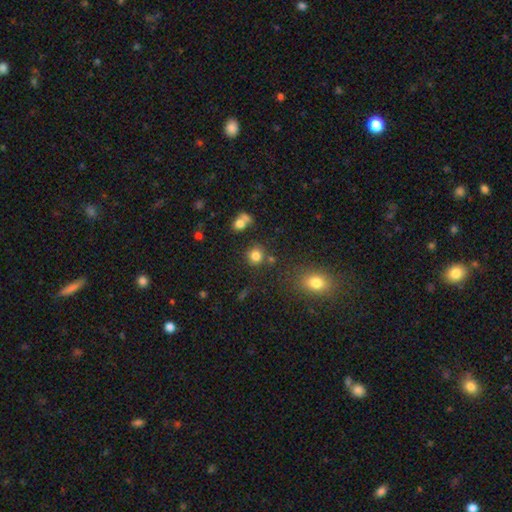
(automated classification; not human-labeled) Q: Smooth or featured?
A: smooth (81%); runner-up: star or artifact (13%)
Q: How rounded?
A: round (87%); runner-up: in between (12%)
Q: Merging?
A: none (76%); runner-up: minor disturbance (10%)